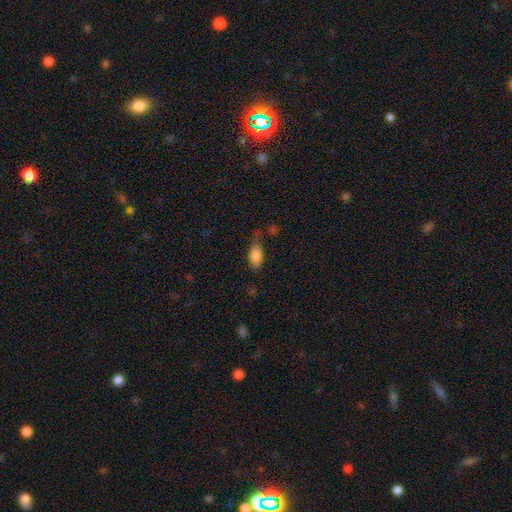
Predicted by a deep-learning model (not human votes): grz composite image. It shows a smooth galaxy with no disk features (80%) that is in between round and cigar-shaped (84%). Merging: none (50%).